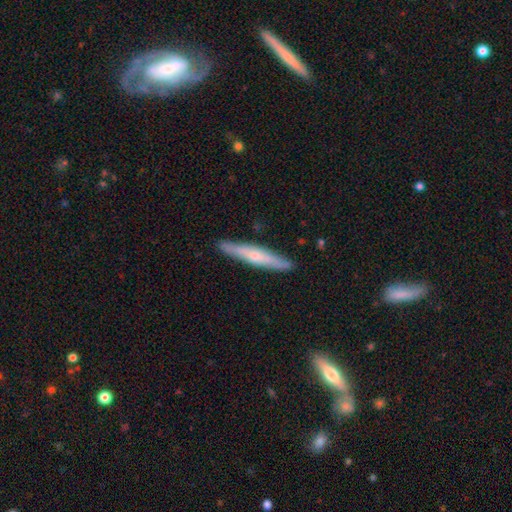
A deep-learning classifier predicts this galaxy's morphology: smooth_or_featured: featured or disk (p=0.48) [alt: smooth p=0.47]
merging: none (p=0.89) [alt: minor disturbance p=0.08]